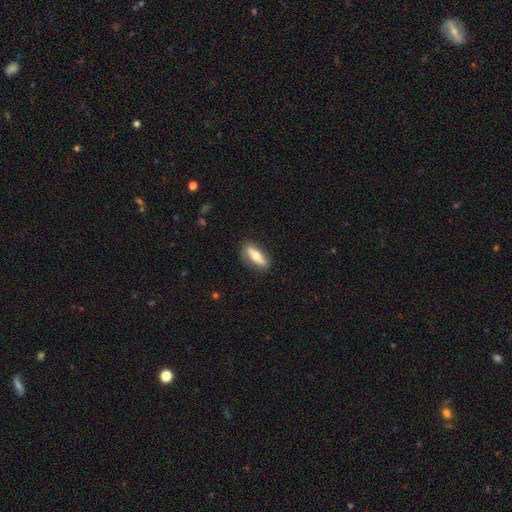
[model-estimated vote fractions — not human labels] This is possibly a smooth galaxy (55%). How rounded: possibly in between (57%). Merging: clearly none (83%).